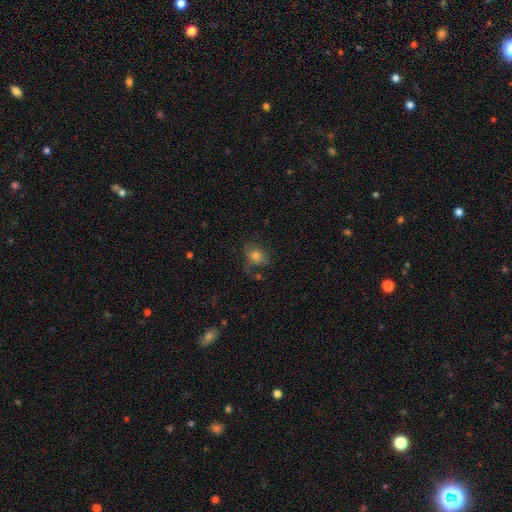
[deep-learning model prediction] Q: Smooth or featured?
A: smooth (67%); runner-up: featured or disk (17%)
Q: How rounded?
A: in between (50%); runner-up: round (48%)
Q: Merging?
A: none (56%); runner-up: minor disturbance (25%)